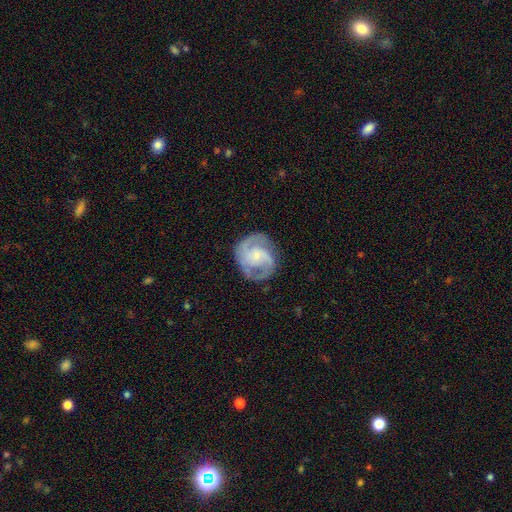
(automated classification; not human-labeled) The model was most divided on "spiral winding": medium: 51%, tight: 35%, loose: 14%. More confident: edge-on disk — no (98%); spiral arms — yes (96%); smooth or featured — featured or disk (84%); merging — none (75%); spiral arm count — 2 (72%); bulge size — small (62%); bar — no (59%).